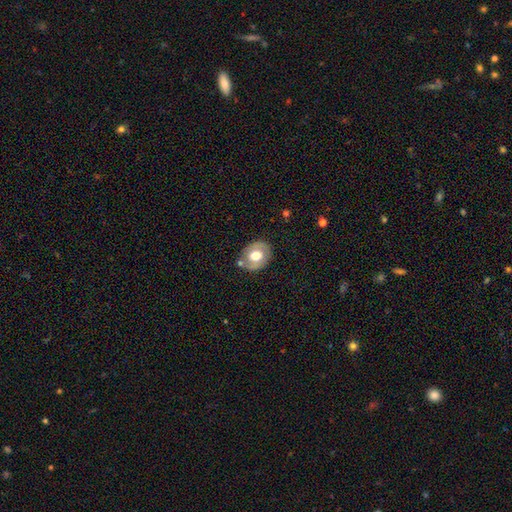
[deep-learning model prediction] Overall: smooth (52%; featured or disk 42%). How rounded: in between (53%; round 46%). Merging: none (72%).